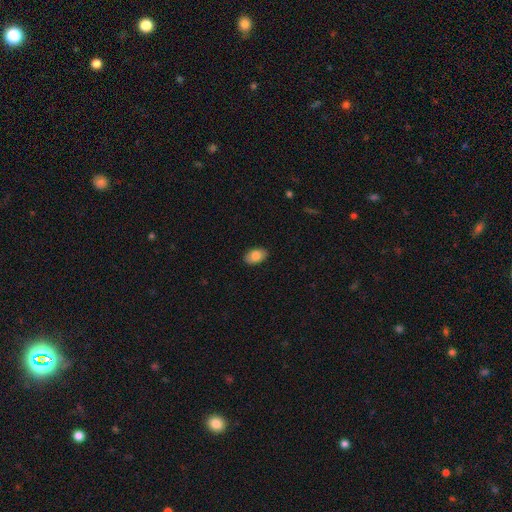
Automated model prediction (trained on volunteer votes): This is clearly a smooth galaxy (82%). How rounded: clearly in between (92%). Merging: clearly none (89%).